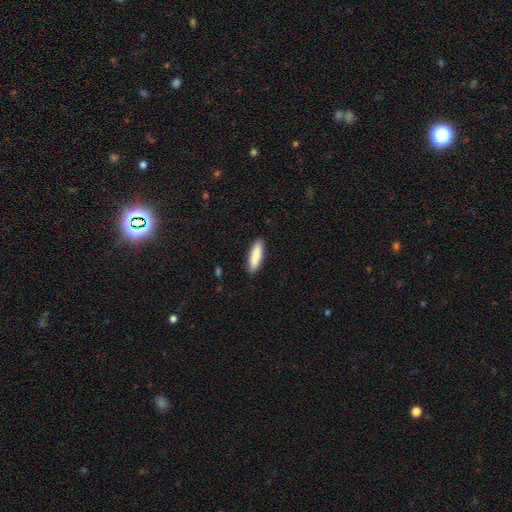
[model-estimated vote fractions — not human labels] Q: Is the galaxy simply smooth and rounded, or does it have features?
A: smooth — 87%.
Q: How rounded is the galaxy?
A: cigar-shaped — 67%.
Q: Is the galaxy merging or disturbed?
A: none — 90%.